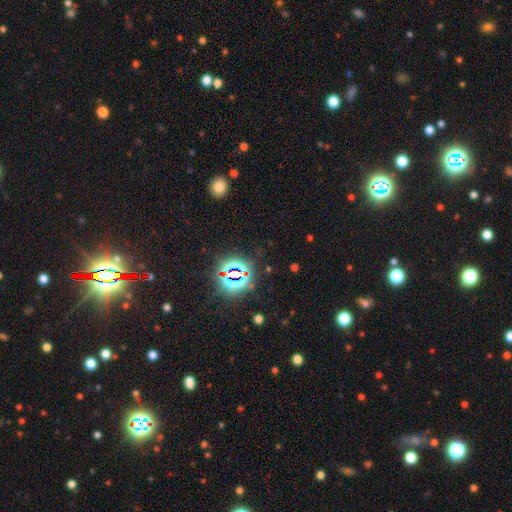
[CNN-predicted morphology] The model was most divided on "smooth or featured": star or artifact: 81%, smooth: 12%, featured or disk: 7%.